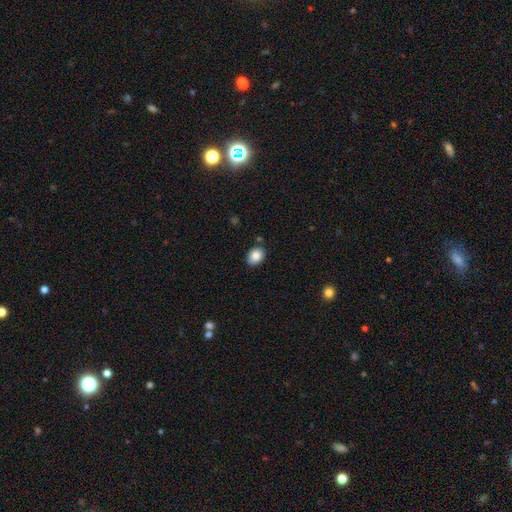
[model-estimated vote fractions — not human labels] Overall: smooth (86%). How rounded: in between (67%; round 32%). Merging: none (81%).